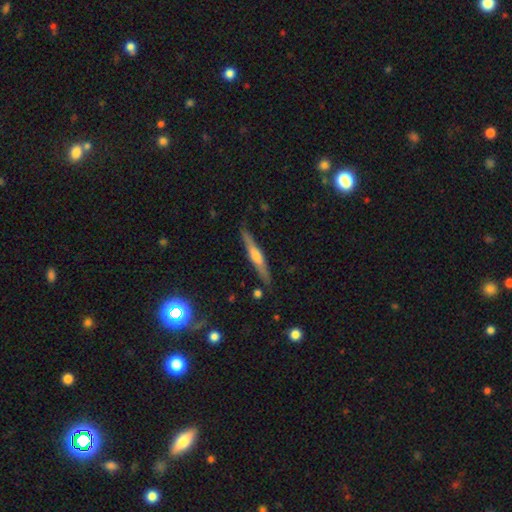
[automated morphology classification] smooth-or-featured: featured or disk: 56% | smooth: 38% | star or artifact: 6%
  disk-edge-on: yes: 95% | no: 5%
    edge-on-bulge: rounded: 72% | none: 17% | boxy: 12%
  merging: none: 86% | minor disturbance: 10% | major disturbance: 2% | merger: 2%